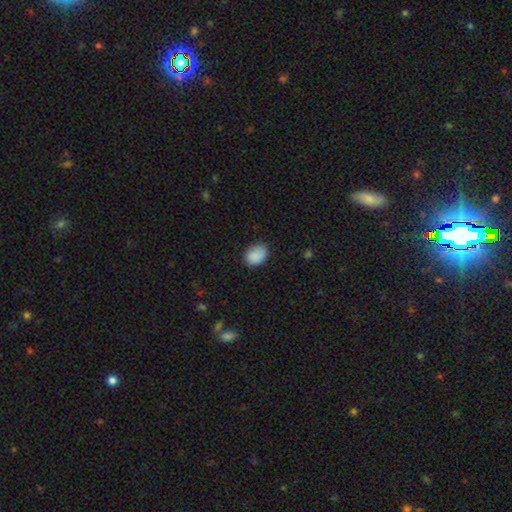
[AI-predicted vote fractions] The model was most divided on "how rounded": in between: 68%, round: 31%, cigar-shaped: 1%. More confident: smooth or featured — smooth (88%); merging — none (77%).